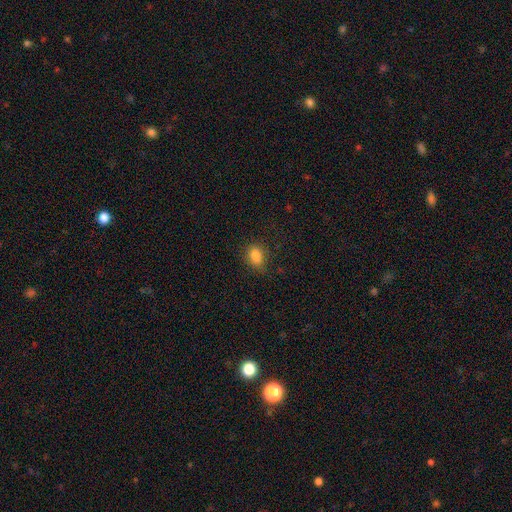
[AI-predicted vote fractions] Smooth or featured: smooth — 85% (star or artifact — 10%)
How rounded: in between — 76% (round — 22%)
Merging: none — 78% (minor disturbance — 16%)